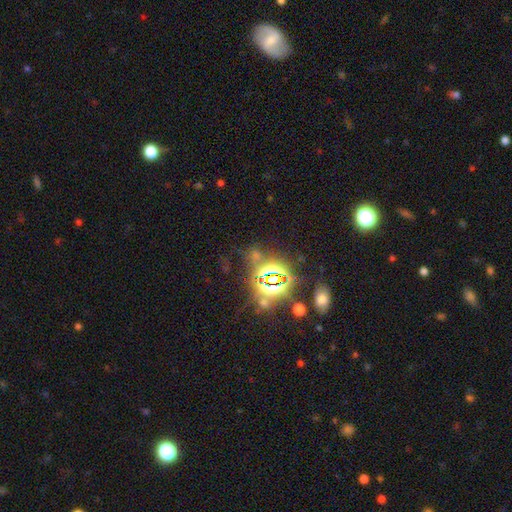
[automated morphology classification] Smooth or featured: star or artifact — 74% (smooth — 17%)